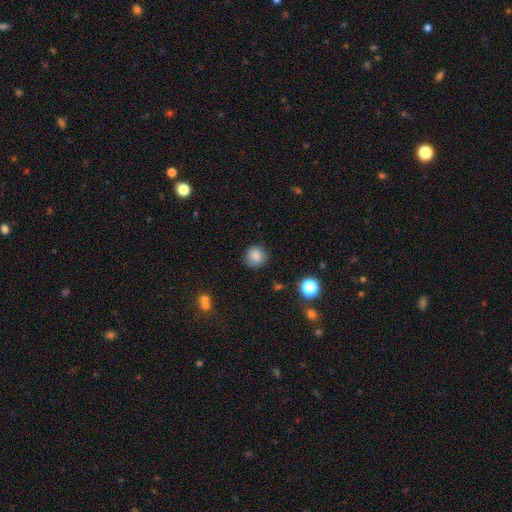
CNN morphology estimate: Smooth or featured? Predicted: smooth (p=0.83). How rounded? Predicted: round (p=0.90). Merging? Predicted: none (p=0.86).